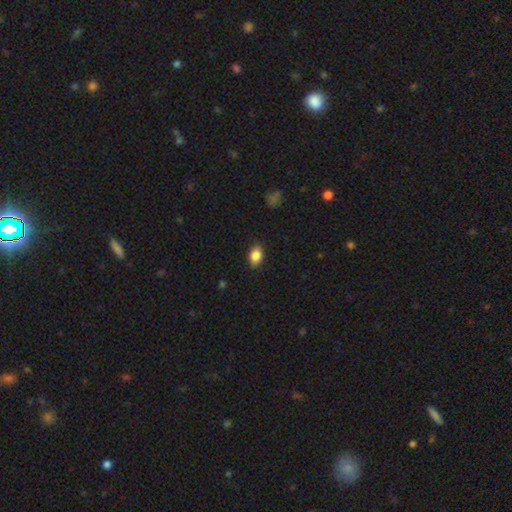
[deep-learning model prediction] Q: Smooth or featured?
A: smooth (85%); runner-up: star or artifact (8%)
Q: How rounded?
A: in between (80%); runner-up: round (18%)
Q: Merging?
A: none (84%); runner-up: minor disturbance (13%)